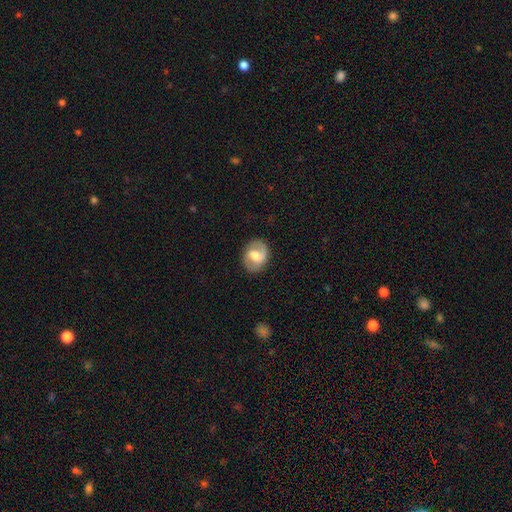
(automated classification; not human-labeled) featured or disk 65%, smooth 29%, star or artifact 6%. Down the decision tree: edge-on disk — no (97%); bar — weak (51%); spiral arms — yes (83%); spiral arm count — 2 (83%); spiral winding — medium (49%); bulge size — moderate (61%); merging — none (82%).